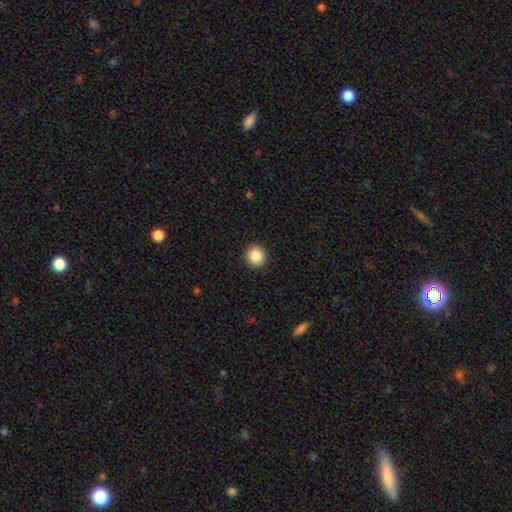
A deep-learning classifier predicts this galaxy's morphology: smooth 87%, star or artifact 9%, featured or disk 4%. Down the decision tree: how rounded — round (90%); merging — none (92%).